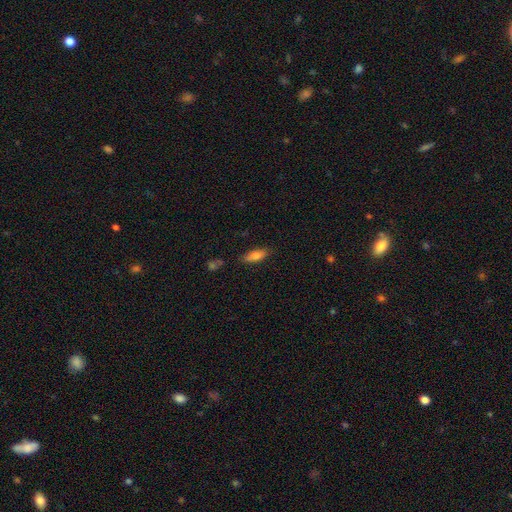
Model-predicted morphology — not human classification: smooth-or-featured: smooth: 77% | featured or disk: 15% | star or artifact: 8%
  how-rounded: in between: 63% | cigar-shaped: 35% | round: 2%
  merging: none: 79% | minor disturbance: 15% | major disturbance: 3% | merger: 3%